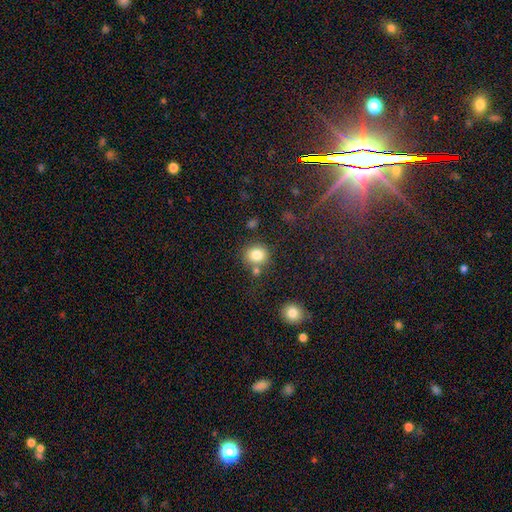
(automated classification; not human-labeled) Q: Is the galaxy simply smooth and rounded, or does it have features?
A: smooth — 82%.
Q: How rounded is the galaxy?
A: round — 80%.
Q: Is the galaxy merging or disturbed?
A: none — 72%.